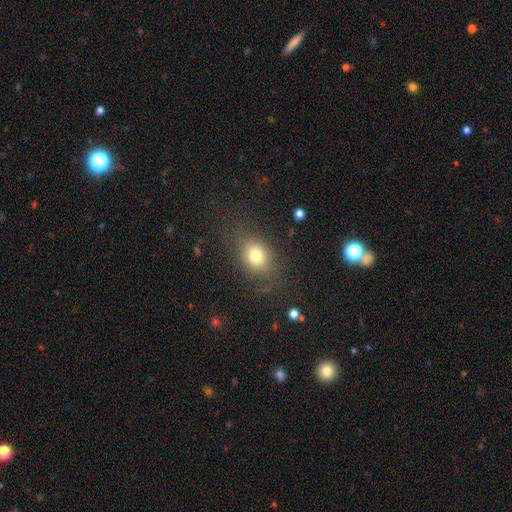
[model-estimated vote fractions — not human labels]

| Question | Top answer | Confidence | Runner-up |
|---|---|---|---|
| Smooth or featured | smooth | 76% | star or artifact (13%) |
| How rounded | in between | 54% | round (44%) |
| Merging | none | 74% | minor disturbance (15%) |